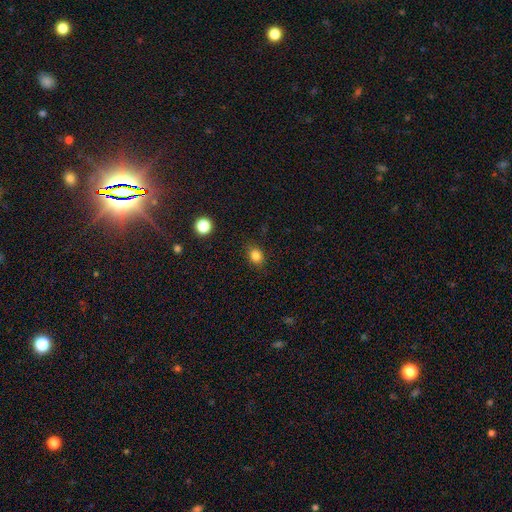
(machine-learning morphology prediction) smooth_or_featured: smooth (p=0.83) [alt: star or artifact p=0.12]
how_rounded: round (p=0.54) [alt: in between p=0.44]
merging: none (p=0.83) [alt: minor disturbance p=0.12]